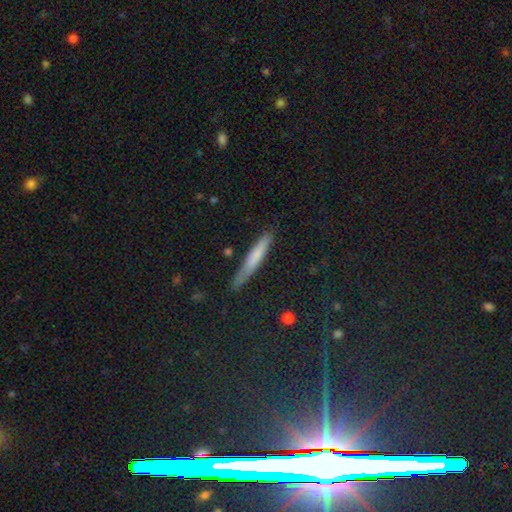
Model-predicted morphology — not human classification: Smooth or featured?
  - smooth: 68% *
  - featured or disk: 24%
  - star or artifact: 8%
How rounded?
  - cigar-shaped: 94% *
  - in between: 5%
  - round: 2%
Merging?
  - none: 79% *
  - minor disturbance: 16%
  - major disturbance: 3%
  - merger: 2%